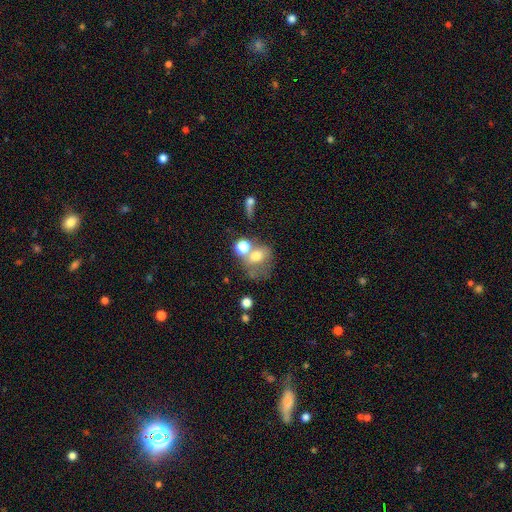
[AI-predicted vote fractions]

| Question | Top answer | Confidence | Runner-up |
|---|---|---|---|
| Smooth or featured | smooth | 65% | featured or disk (22%) |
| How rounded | round | 55% | in between (44%) |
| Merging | merger | 41% | none (31%) |